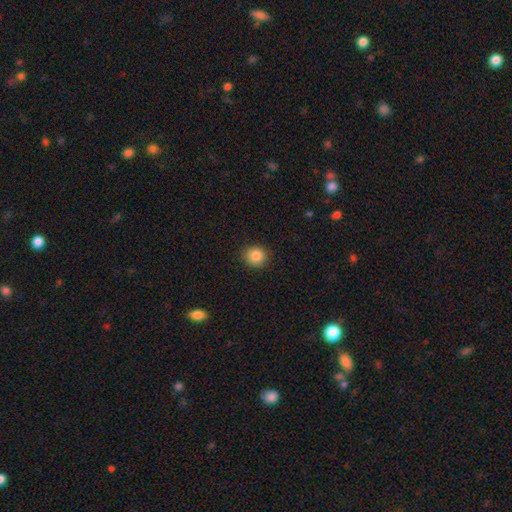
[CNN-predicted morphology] A smooth galaxy with no disk features (85%) that is round (91%).

Vote fractions:
- Smooth or featured? smooth: 85% / star or artifact: 10% / featured or disk: 5%
- How rounded? round: 91% / in between: 8% / cigar-shaped: 1%
- Merging? none: 89% / minor disturbance: 7% / major disturbance: 2% / merger: 1%